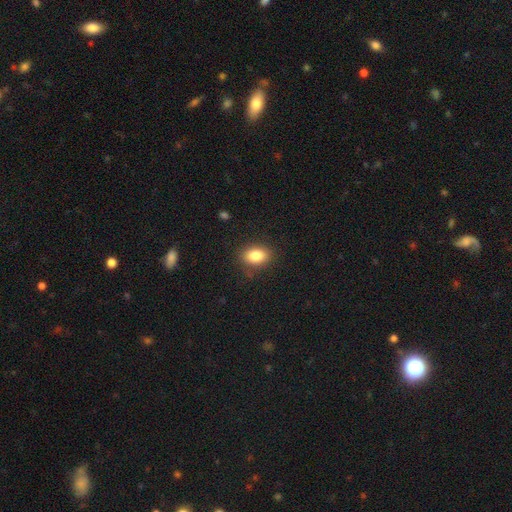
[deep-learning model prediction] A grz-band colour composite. It shows a smooth galaxy with no disk features (84%) that is in between round and cigar-shaped (81%). Merging: none (86%).